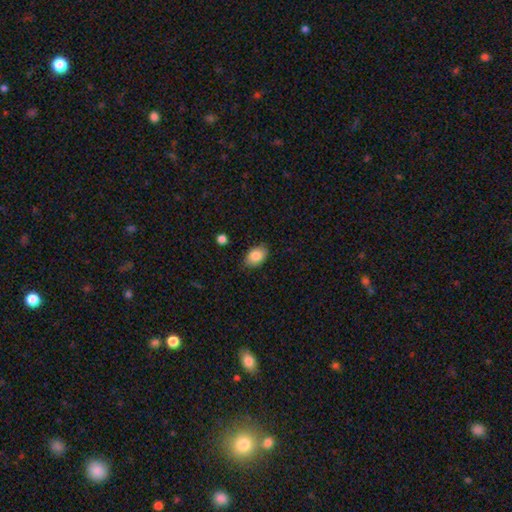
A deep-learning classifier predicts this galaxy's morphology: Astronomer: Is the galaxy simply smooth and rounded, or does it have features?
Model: smooth — 85%.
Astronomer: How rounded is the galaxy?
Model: in between — 85%.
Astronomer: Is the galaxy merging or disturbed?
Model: none — 84%.